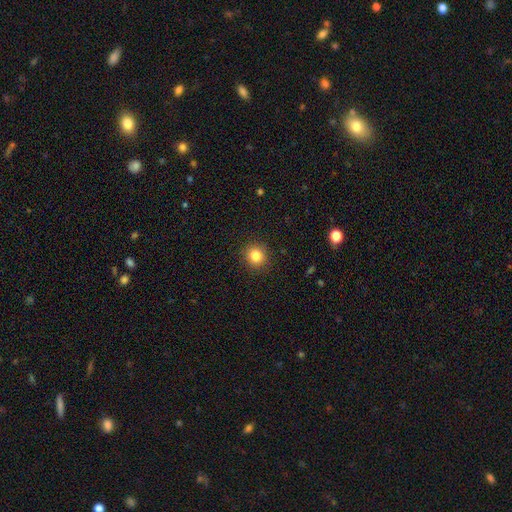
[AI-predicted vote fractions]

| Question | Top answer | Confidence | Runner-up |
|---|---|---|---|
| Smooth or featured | smooth | 84% | star or artifact (11%) |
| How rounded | round | 88% | in between (11%) |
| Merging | none | 90% | minor disturbance (7%) |